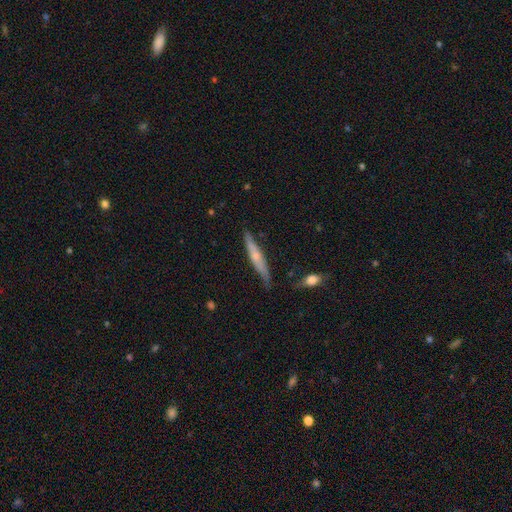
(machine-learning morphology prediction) This is possibly a featured or disk galaxy (51%). It is clearly viewed edge-on (90%). Merging: likely none (75%).